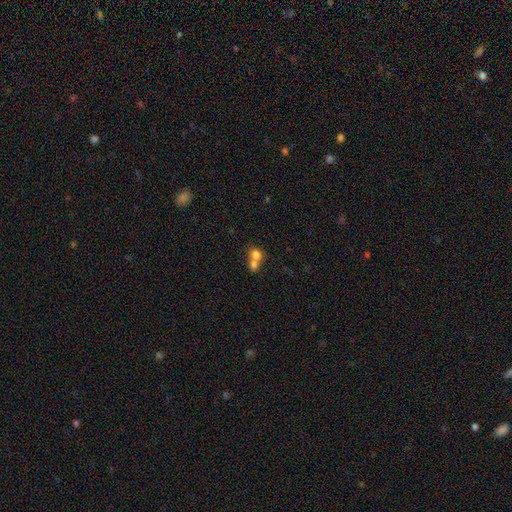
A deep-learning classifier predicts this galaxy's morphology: Smooth or featured?
  - smooth: 75% *
  - featured or disk: 14%
  - star or artifact: 11%
How rounded?
  - round: 72% *
  - in between: 27%
  - cigar-shaped: 1%
Merging?
  - merger: 66% *
  - none: 27%
  - minor disturbance: 5%
  - major disturbance: 3%